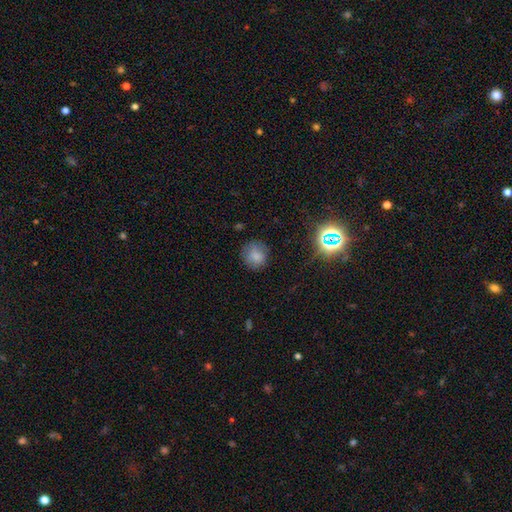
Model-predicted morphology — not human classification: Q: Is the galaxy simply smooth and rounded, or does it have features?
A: smooth — 78%.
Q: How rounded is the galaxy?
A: round — 87%.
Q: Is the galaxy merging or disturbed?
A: none — 79%.